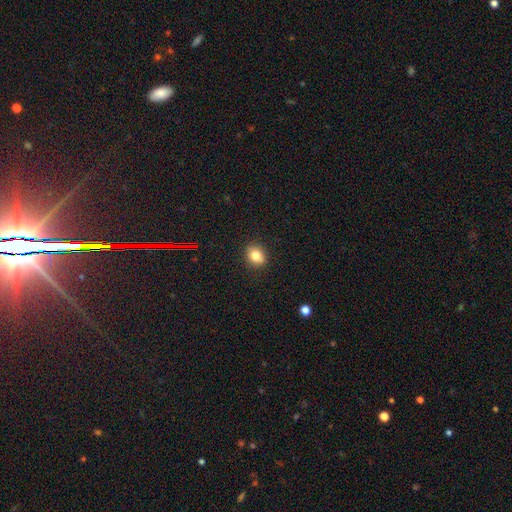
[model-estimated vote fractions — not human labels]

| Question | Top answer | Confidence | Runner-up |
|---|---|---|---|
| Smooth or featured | smooth | 79% | star or artifact (11%) |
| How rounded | round | 53% | in between (46%) |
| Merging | none | 86% | minor disturbance (10%) |